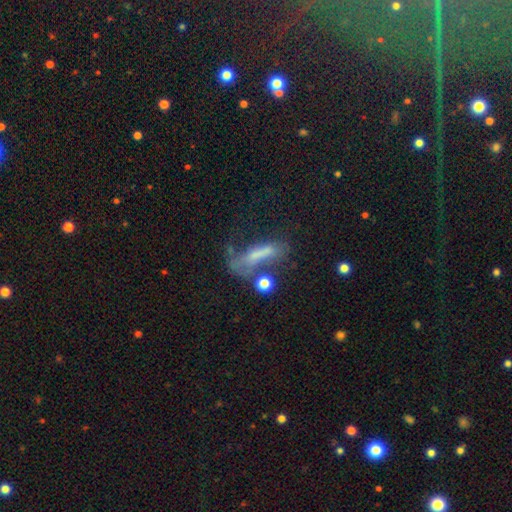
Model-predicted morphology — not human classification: smooth-or-featured: smooth: 47% | featured or disk: 37% | star or artifact: 16%
  merging: major disturbance: 34% | none: 28% | minor disturbance: 20% | merger: 18%